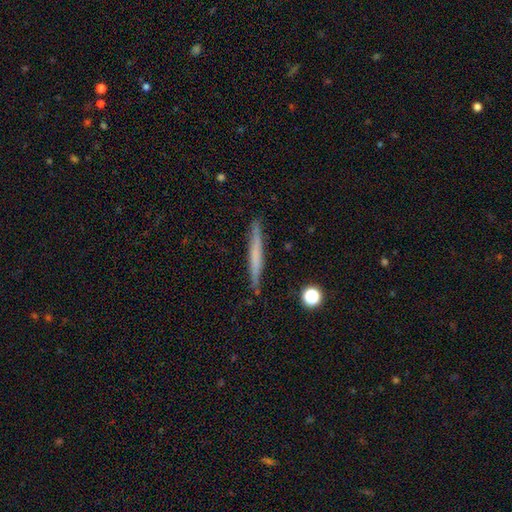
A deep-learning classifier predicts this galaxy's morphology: Smooth or featured? Predicted: smooth (p=0.49). Merging? Predicted: none (p=0.89).